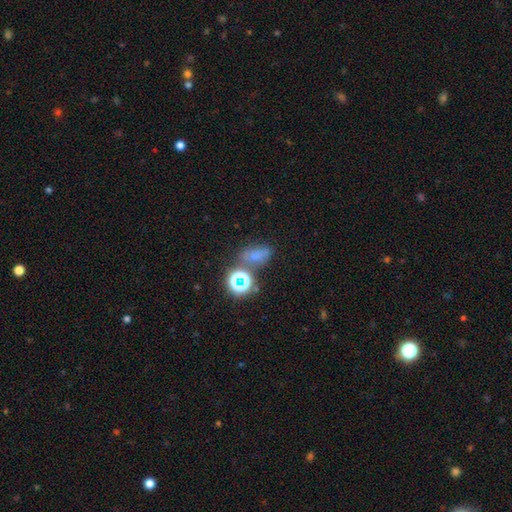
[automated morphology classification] Smooth or featured? Predicted: smooth (p=0.54). How rounded? Predicted: in between (p=0.68). Merging? Predicted: none (p=0.52).